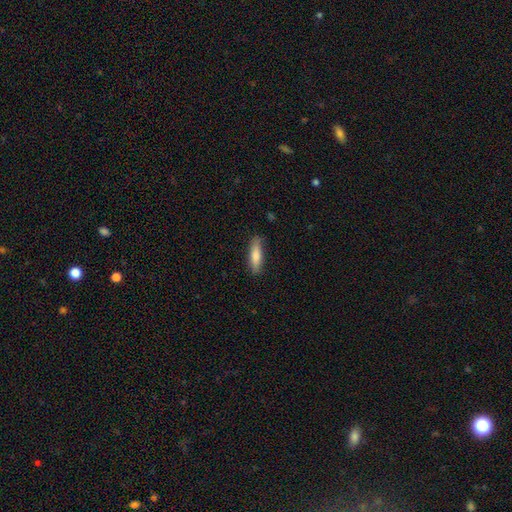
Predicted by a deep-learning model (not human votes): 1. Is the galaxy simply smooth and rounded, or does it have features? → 80% smooth, 14% featured or disk, 6% star or artifact.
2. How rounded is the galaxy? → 59% cigar-shaped, 40% in between, 2% round.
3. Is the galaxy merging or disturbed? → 83% none, 13% minor disturbance, 3% major disturbance, 1% merger.